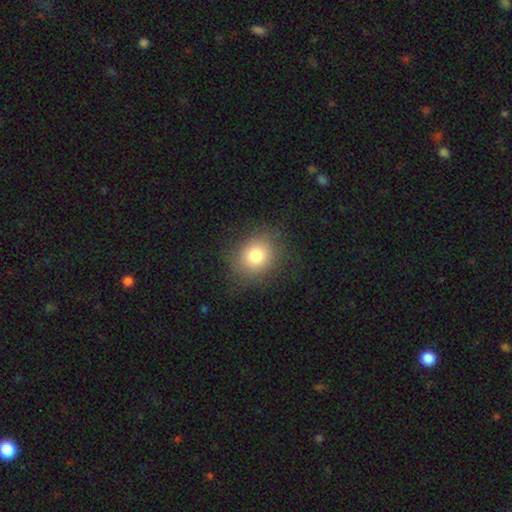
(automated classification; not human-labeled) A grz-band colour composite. It shows a smooth galaxy with no disk features (79%) that is round (74%). Merging: none (81%).